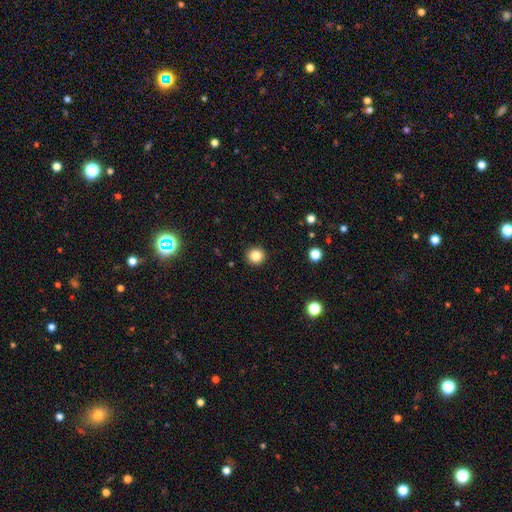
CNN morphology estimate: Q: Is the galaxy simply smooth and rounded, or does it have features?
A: smooth — 83%.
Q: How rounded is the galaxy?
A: round — 93%.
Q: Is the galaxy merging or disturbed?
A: none — 93%.